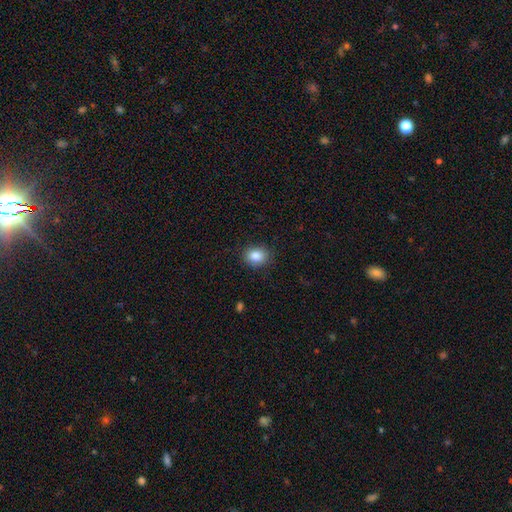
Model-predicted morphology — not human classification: This is clearly a smooth galaxy (86%). How rounded: possibly round (55%). Merging: clearly none (86%).